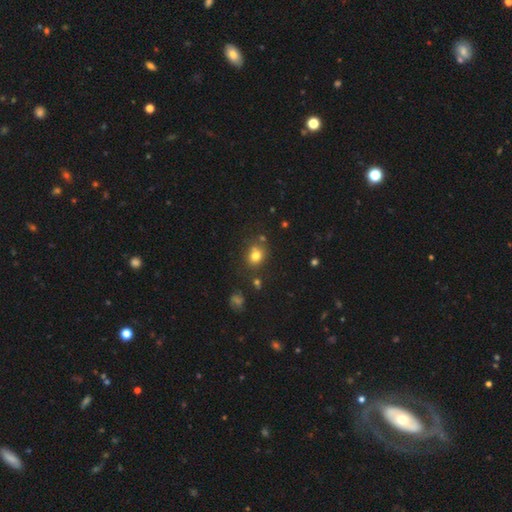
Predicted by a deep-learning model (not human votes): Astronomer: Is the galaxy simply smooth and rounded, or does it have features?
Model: smooth — 77%.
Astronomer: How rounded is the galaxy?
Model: round — 63%.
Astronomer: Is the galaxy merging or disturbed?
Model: none — 70%.